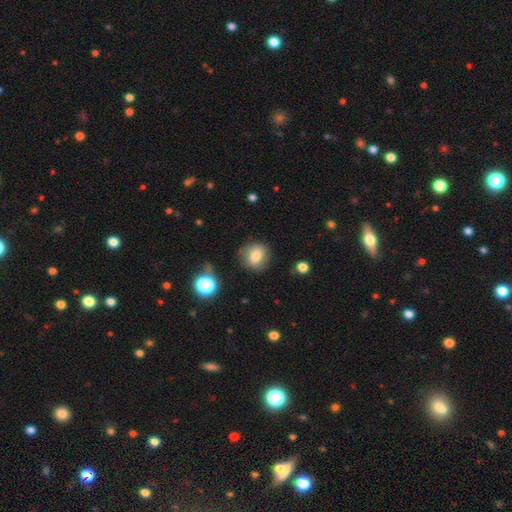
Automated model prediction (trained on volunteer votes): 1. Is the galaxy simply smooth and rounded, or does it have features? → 79% smooth, 11% featured or disk, 11% star or artifact.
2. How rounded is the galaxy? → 68% round, 30% in between, 1% cigar-shaped.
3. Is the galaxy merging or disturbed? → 77% none, 16% minor disturbance, 5% major disturbance, 2% merger.